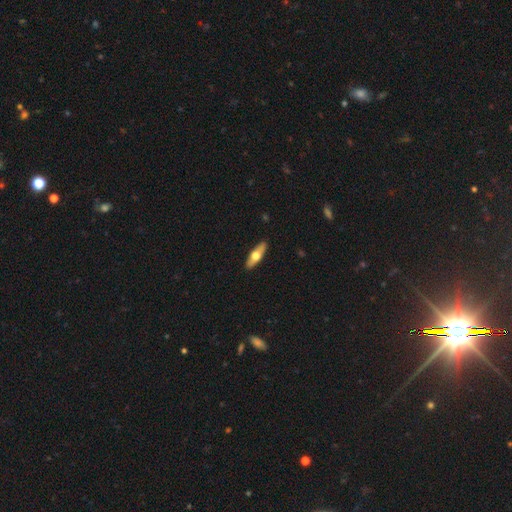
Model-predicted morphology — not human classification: smooth_or_featured: smooth (p=0.47) [tied with: featured or disk p=0.47]
merging: none (p=0.91) [alt: minor disturbance p=0.07]